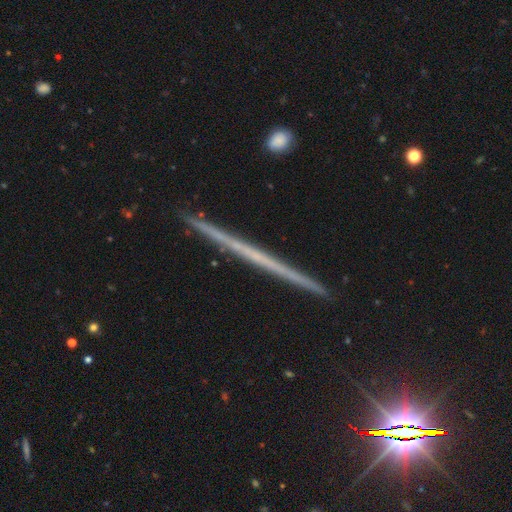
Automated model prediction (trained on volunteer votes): Smooth or featured? featured or disk (65%)
Edge-on disk? yes (98%)
Edge-on bulge? none (88%)
Merging? none (91%)